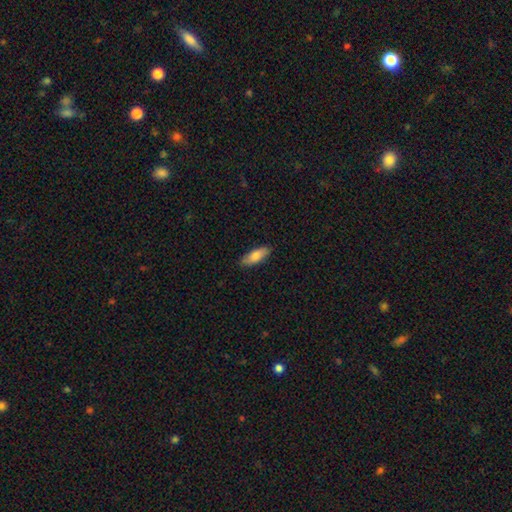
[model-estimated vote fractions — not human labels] Smooth or featured: smooth — 79% (featured or disk — 15%)
How rounded: in between — 69% (cigar-shaped — 29%)
Merging: none — 87% (minor disturbance — 10%)